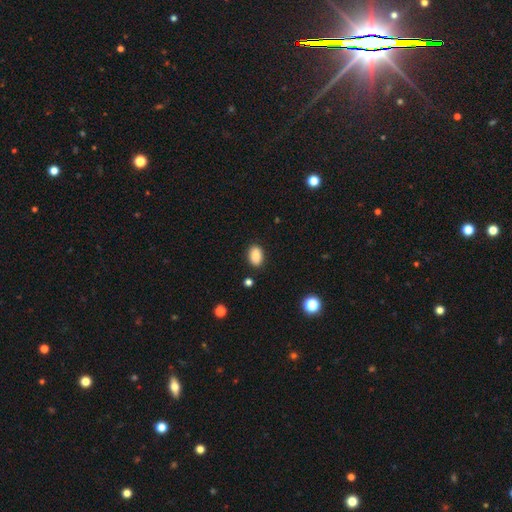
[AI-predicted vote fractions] This appears to be a smooth galaxy with no disk features (87%) that is in between round and cigar-shaped (87%). Merging: none (86%).